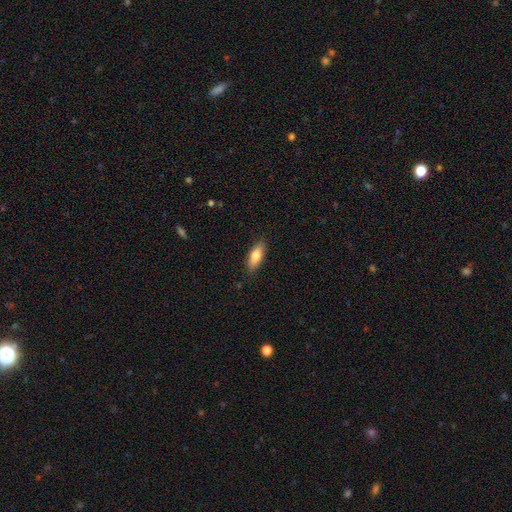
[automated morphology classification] Overall: smooth (78%). How rounded: in between (75%). Merging: none (86%).